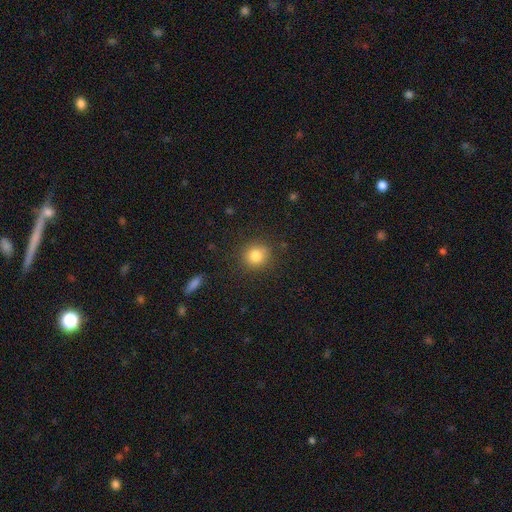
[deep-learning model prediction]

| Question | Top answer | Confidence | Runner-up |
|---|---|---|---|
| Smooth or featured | smooth | 82% | star or artifact (11%) |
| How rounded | round | 89% | in between (10%) |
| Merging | none | 88% | minor disturbance (8%) |